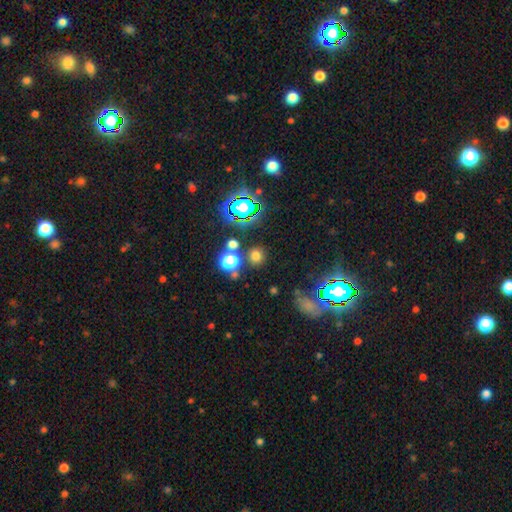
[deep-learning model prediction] Overall: smooth (67%). How rounded: round (89%). Merging: none (81%).